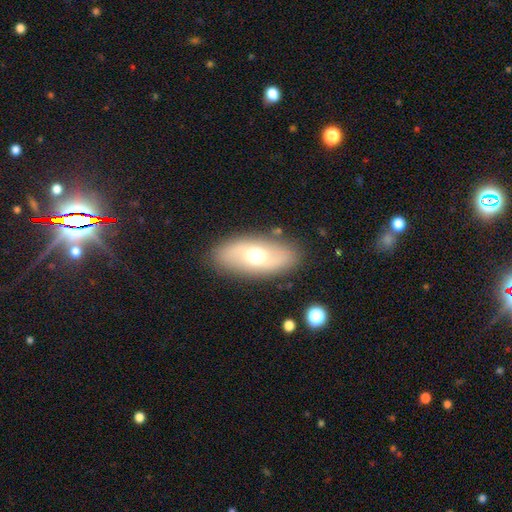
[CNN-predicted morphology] This is possibly a smooth galaxy (57%). How rounded: clearly in between (87%). Merging: clearly none (84%).